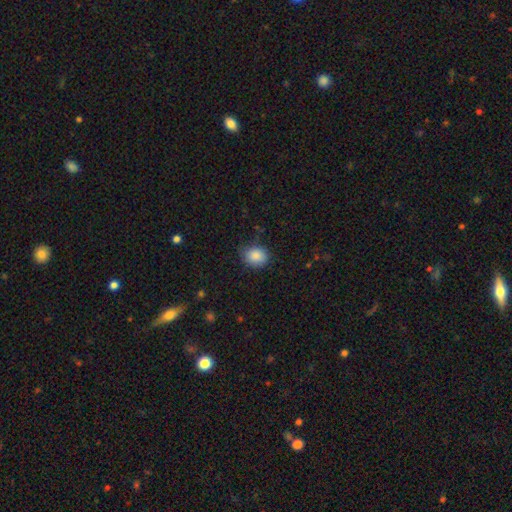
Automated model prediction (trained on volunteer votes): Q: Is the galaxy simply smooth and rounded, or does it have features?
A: smooth — 87%.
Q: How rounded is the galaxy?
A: round — 56%.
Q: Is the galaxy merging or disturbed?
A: none — 78%.